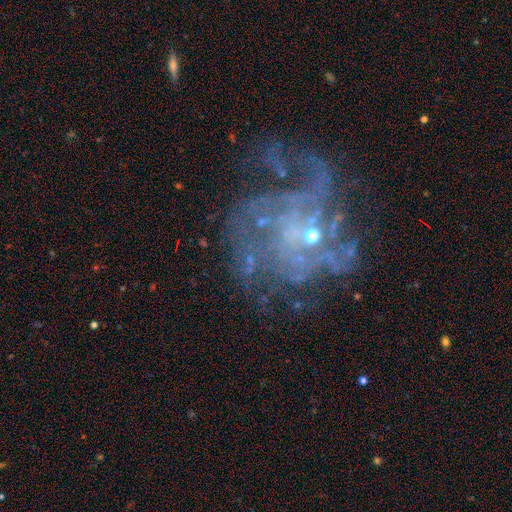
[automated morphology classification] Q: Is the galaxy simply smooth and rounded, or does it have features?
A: featured or disk — 74%.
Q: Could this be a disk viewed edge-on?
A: no — 97%.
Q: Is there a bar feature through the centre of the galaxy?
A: no — 68%.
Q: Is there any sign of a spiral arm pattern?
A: yes — 84%.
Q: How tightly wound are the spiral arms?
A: medium — 38%.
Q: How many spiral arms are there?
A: can't tell — 37%.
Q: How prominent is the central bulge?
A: small — 70%.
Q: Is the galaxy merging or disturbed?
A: none — 52%.